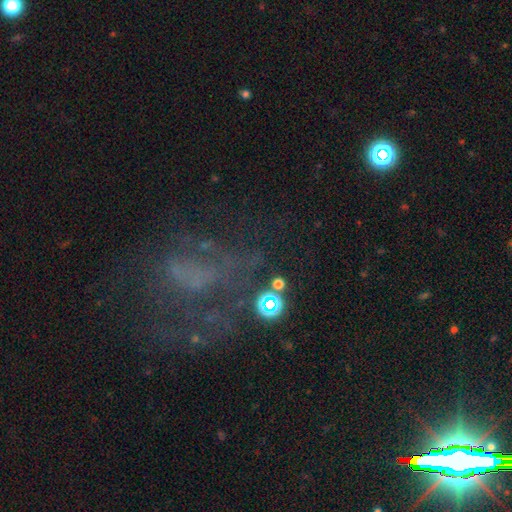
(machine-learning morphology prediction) featured or disk 43%, star or artifact 33%, smooth 24%. Down the decision tree: merging — none (40%).